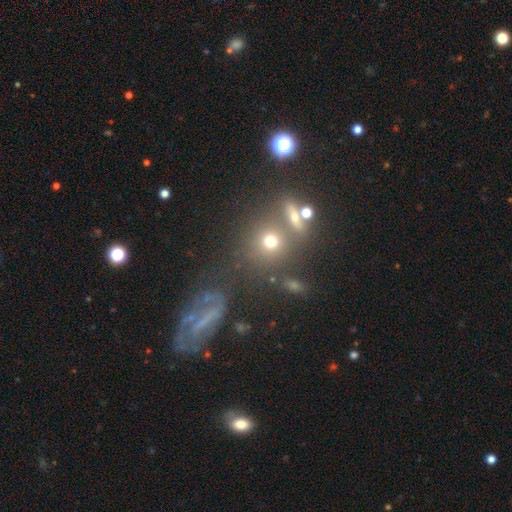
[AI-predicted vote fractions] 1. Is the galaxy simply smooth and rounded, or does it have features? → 42% star or artifact, 32% smooth, 26% featured or disk.